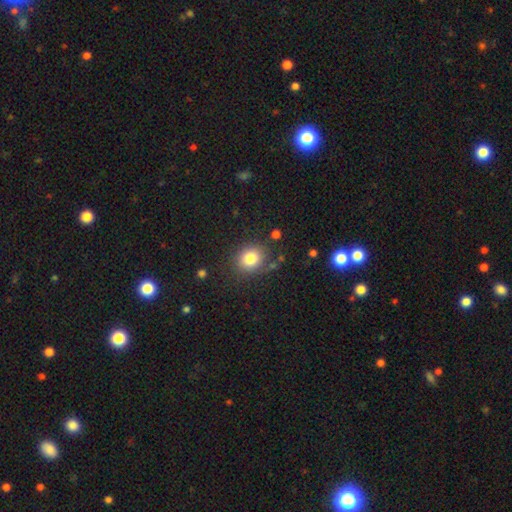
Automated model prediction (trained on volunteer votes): A smooth galaxy with no disk features (80%) that is round (70%). Merging: none (82%).